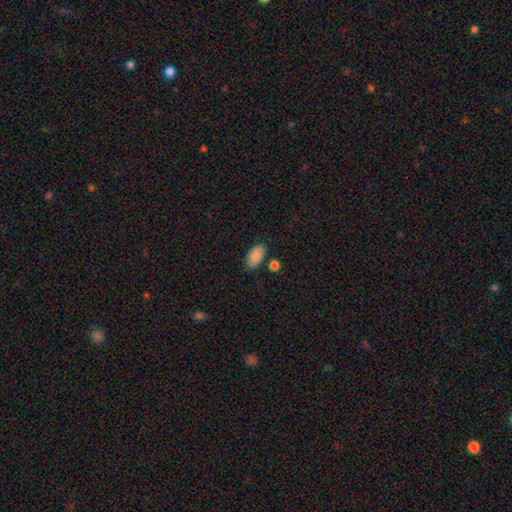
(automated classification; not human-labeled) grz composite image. It shows a smooth galaxy with no disk features (88%) that is in between round and cigar-shaped (93%). Merging: none (76%).